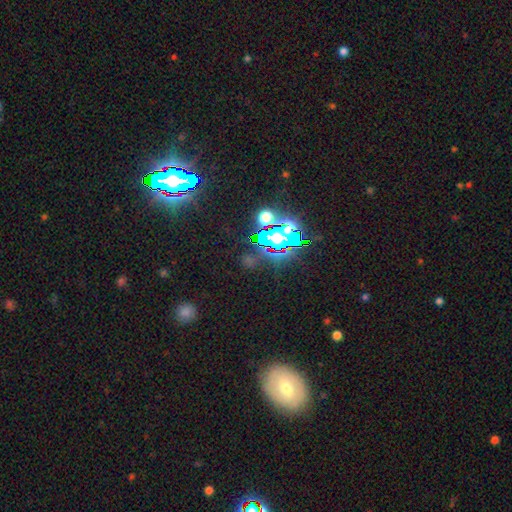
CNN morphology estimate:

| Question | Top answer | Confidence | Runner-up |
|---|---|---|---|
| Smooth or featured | star or artifact | 77% | smooth (13%) |